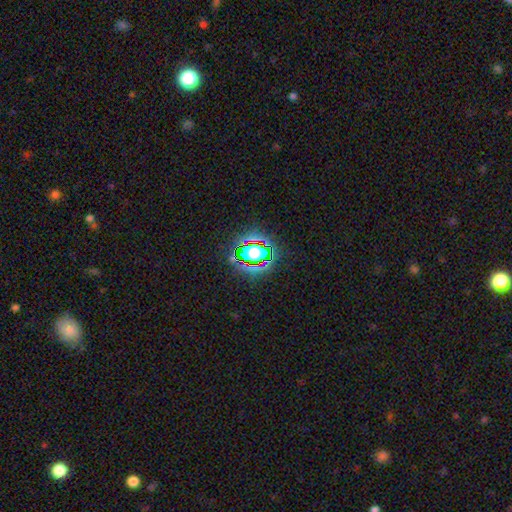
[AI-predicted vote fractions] Q: Smooth or featured?
A: star or artifact (77%); runner-up: smooth (14%)